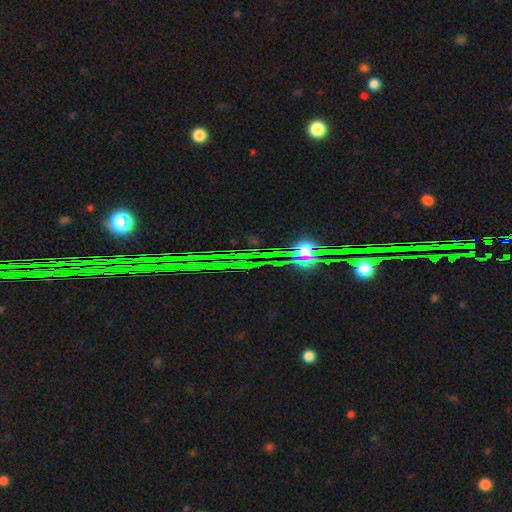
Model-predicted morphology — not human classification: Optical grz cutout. It shows a star or artifact, not a galaxy (79%).